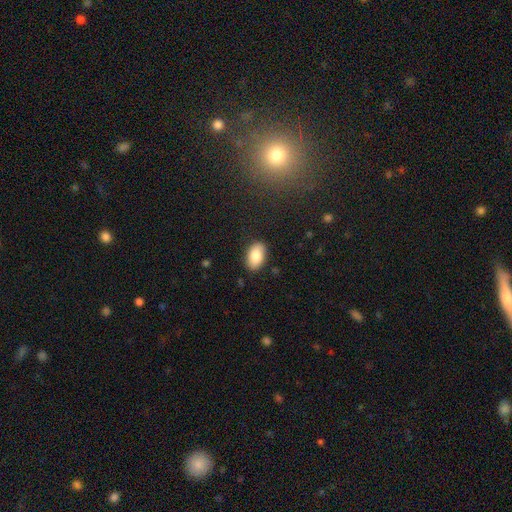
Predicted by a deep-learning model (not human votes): Smooth or featured: smooth — 85% (featured or disk — 8%)
How rounded: in between — 92% (round — 6%)
Merging: none — 86% (minor disturbance — 10%)